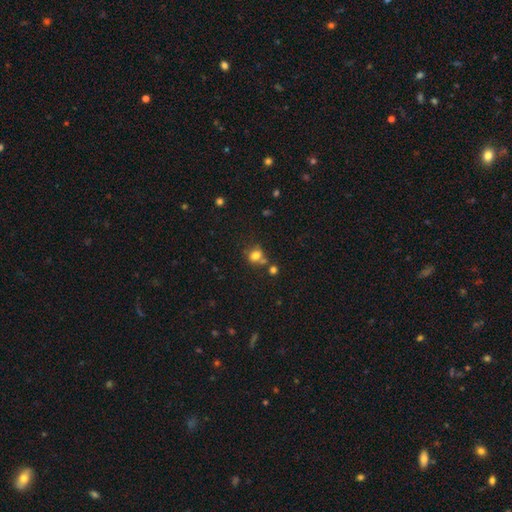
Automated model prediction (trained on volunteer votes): Smooth or featured: smooth — 76% (star or artifact — 14%)
How rounded: round — 62% (in between — 37%)
Merging: none — 51% (merger — 26%)